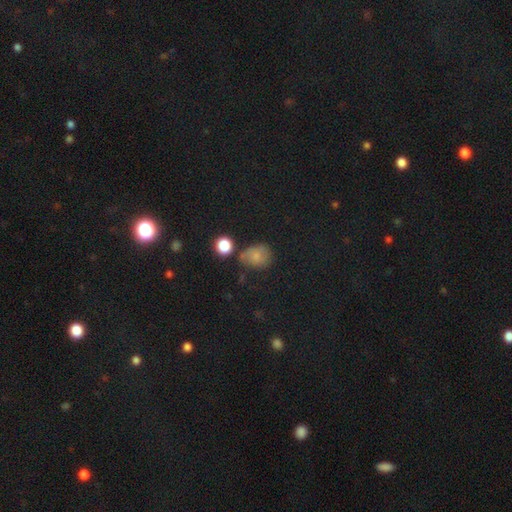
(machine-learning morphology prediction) Smooth or featured? smooth (73%)
How rounded? round (54%)
Merging? none (49%)